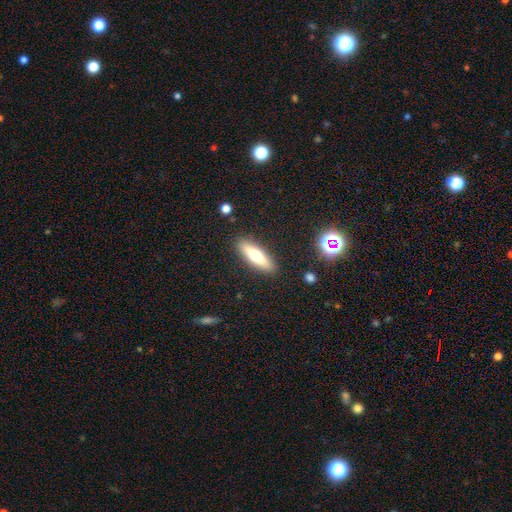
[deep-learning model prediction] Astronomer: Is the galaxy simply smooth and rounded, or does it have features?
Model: smooth — 63%.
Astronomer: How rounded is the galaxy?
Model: cigar-shaped — 58% (runner-up: in between, 40%).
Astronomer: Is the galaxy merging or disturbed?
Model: none — 88%.